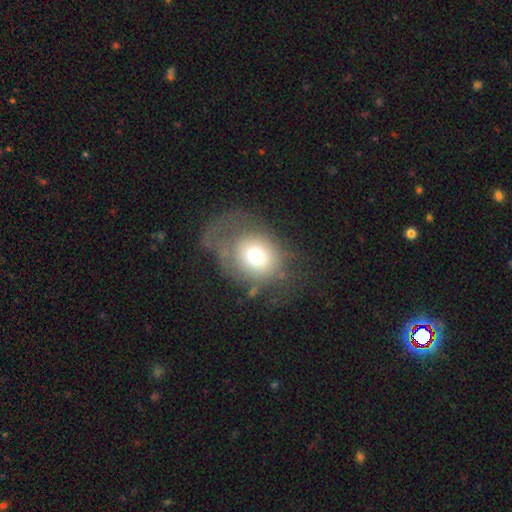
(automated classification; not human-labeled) The model was most divided on "merging": major disturbance: 39%, none: 36%, minor disturbance: 22%, merger: 3%. More confident: how rounded — round (62%); smooth or featured — smooth (61%).